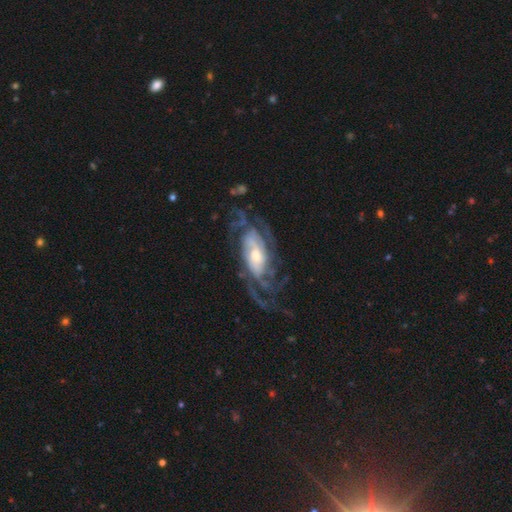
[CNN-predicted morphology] A featured or disk galaxy (88%) with no bar (56%), tight (45%) spiral arms (95%) and a moderate central bulge (52%). Merging: none (63%).